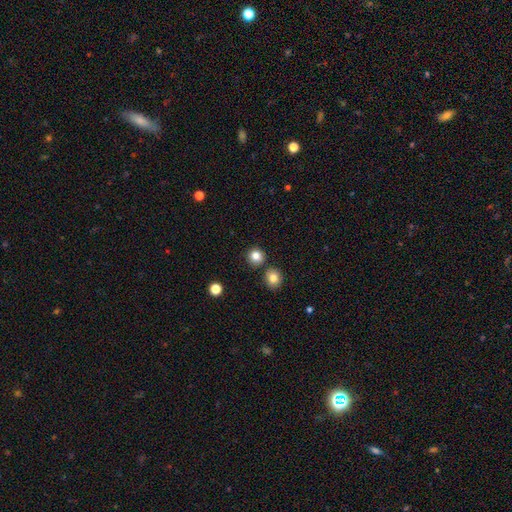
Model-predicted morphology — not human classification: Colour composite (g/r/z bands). It shows a smooth galaxy with no disk features (83%) that is round (91%). Merging: none (83%).